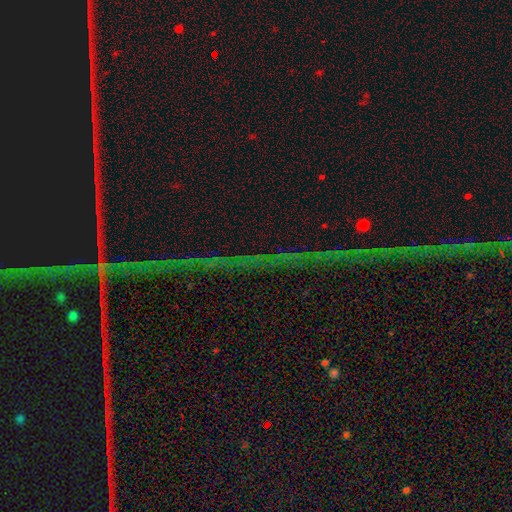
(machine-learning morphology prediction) Smooth or featured: star or artifact — 72% (featured or disk — 17%)